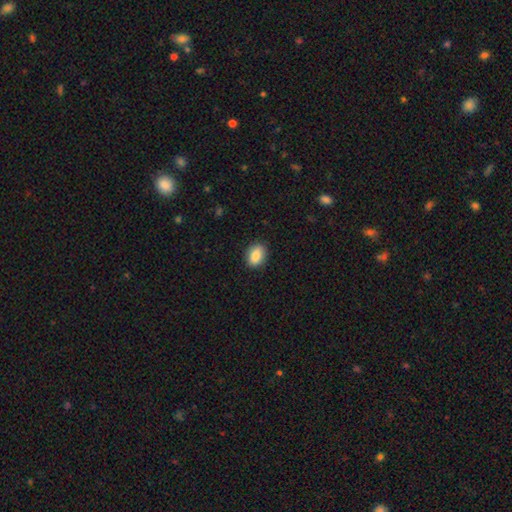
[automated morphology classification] A smooth galaxy with no disk features (87%) that is in between round and cigar-shaped (83%). Merging: none (88%).